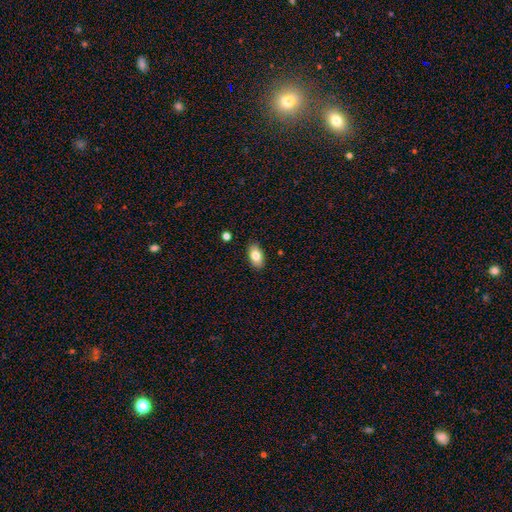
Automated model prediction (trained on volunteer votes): Smooth or featured?
  - smooth: 79% *
  - featured or disk: 13%
  - star or artifact: 7%
How rounded?
  - in between: 92% *
  - round: 6%
  - cigar-shaped: 2%
Merging?
  - none: 88% *
  - minor disturbance: 9%
  - major disturbance: 2%
  - merger: 1%